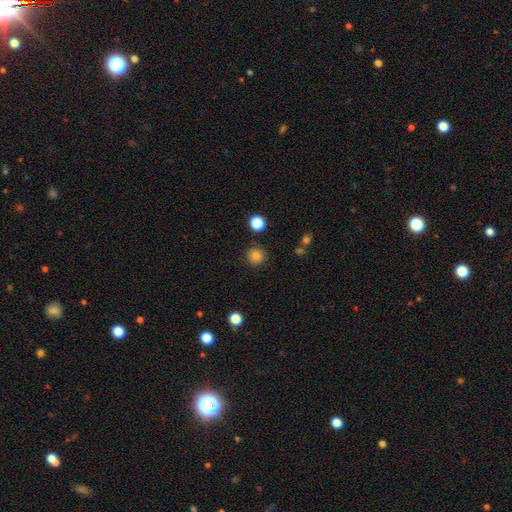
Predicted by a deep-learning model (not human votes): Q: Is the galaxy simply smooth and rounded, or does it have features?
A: smooth — 83%.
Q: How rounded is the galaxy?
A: round — 94%.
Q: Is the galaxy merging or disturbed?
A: none — 89%.